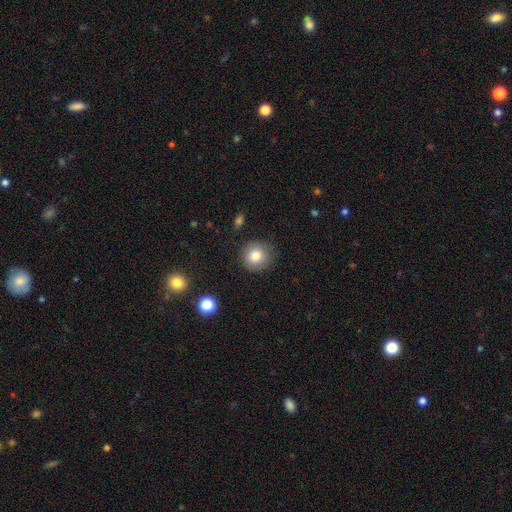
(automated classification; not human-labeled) This appears to be a smooth galaxy with no disk features (81%) that is round (91%). Merging: none (84%).